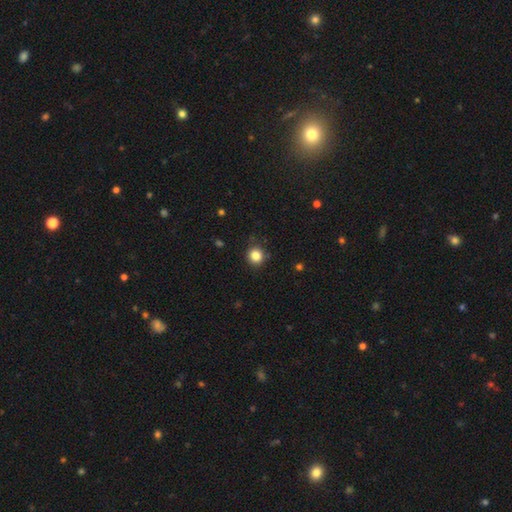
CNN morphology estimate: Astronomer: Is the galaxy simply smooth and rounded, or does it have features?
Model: smooth — 84%.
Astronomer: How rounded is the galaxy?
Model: round — 88%.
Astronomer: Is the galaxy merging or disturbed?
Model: none — 86%.